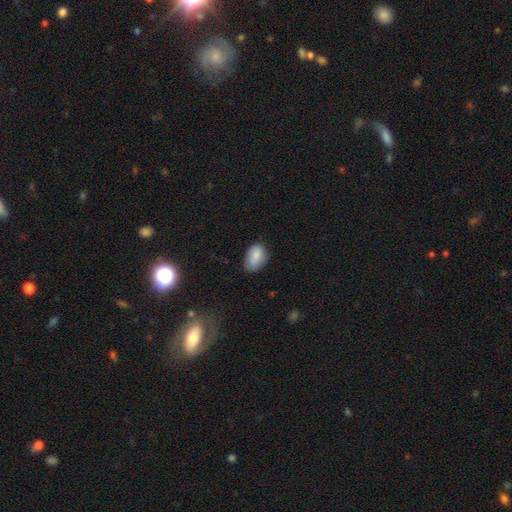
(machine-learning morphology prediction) Smooth or featured? Predicted: smooth (p=0.86). How rounded? Predicted: in between (p=0.88). Merging? Predicted: none (p=0.67).